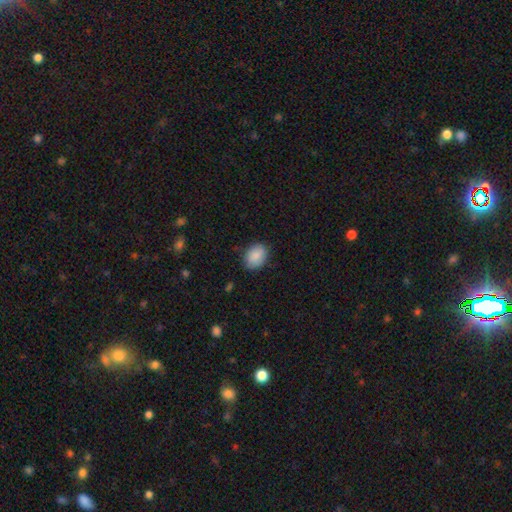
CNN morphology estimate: Q: Smooth or featured?
A: smooth (88%); runner-up: star or artifact (7%)
Q: How rounded?
A: in between (72%); runner-up: round (27%)
Q: Merging?
A: none (82%); runner-up: minor disturbance (14%)